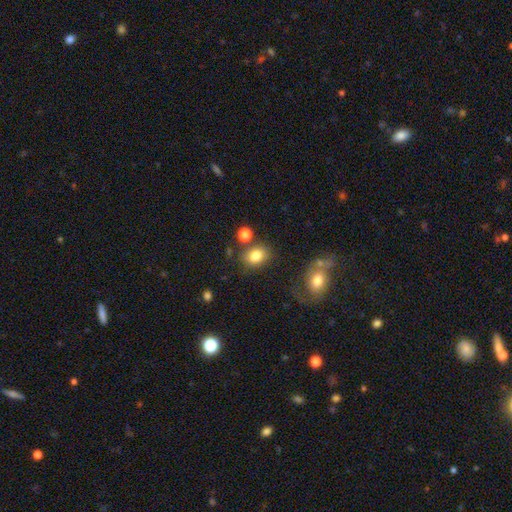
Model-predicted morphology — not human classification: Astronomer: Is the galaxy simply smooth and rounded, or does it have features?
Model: smooth — 82%.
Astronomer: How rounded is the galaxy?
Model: in between — 57% (runner-up: round, 42%).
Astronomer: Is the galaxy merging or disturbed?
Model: none — 71%.